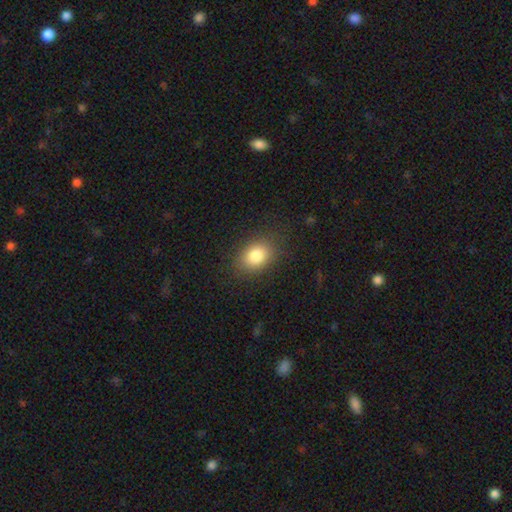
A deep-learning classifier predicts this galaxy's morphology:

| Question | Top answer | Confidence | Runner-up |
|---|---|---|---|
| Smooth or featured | smooth | 83% | star or artifact (9%) |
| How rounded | in between | 70% | round (29%) |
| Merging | none | 84% | minor disturbance (11%) |